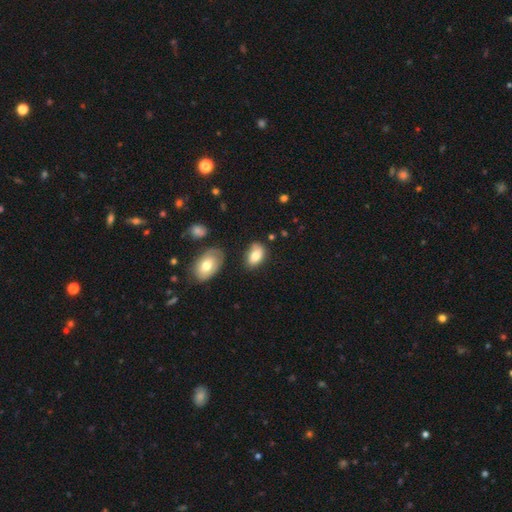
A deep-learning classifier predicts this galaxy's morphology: type=smooth (80%); roundness=in between (91%); merging=none (65%).